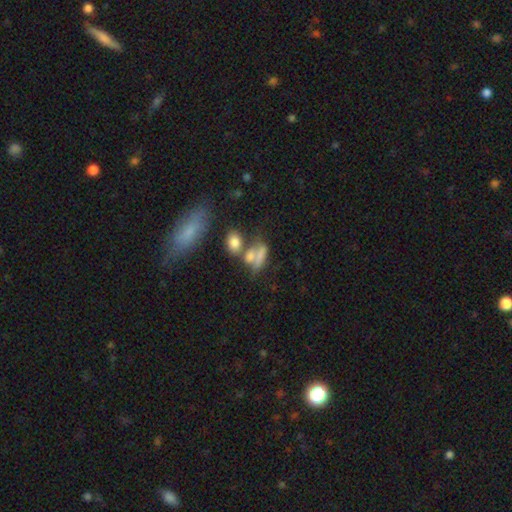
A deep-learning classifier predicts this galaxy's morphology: Q: Smooth or featured?
A: smooth (64%); runner-up: featured or disk (22%)
Q: How rounded?
A: in between (76%); runner-up: round (14%)
Q: Merging?
A: merger (51%); runner-up: none (25%)